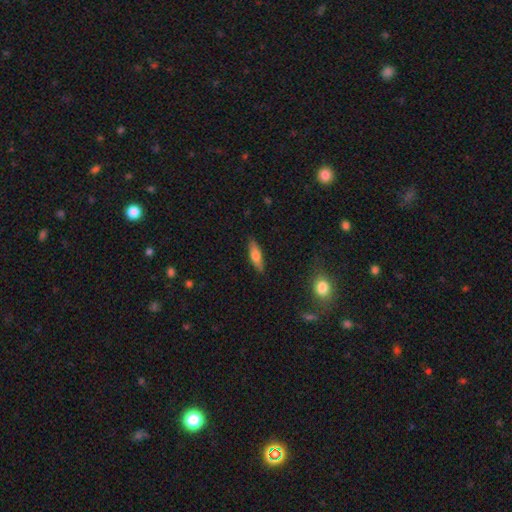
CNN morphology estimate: A smooth galaxy with no disk features (67%) that is cigar-shaped (55%). Merging: none (85%).